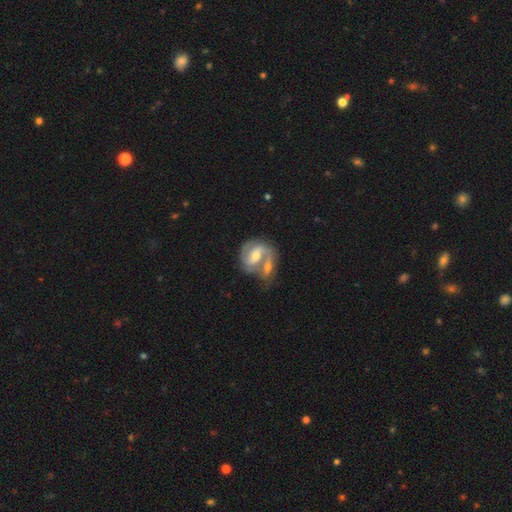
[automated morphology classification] Smooth or featured? featured or disk (80%)
Edge-on disk? no (96%)
Bar? weak (42%)
Spiral arms? yes (90%)
Spiral winding? medium (51%)
Spiral arm count? 2 (82%)
Bulge size? moderate (58%)
Merging? merger (47%)